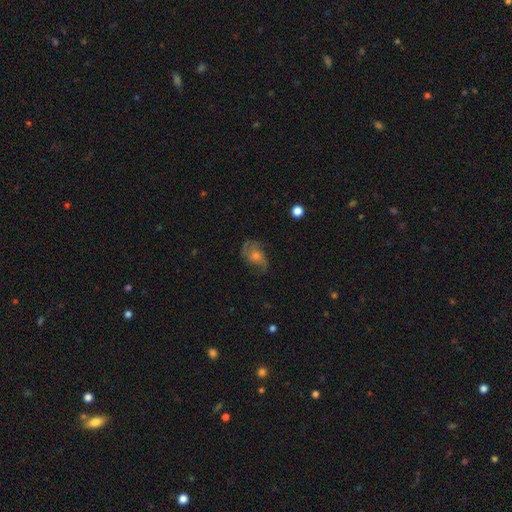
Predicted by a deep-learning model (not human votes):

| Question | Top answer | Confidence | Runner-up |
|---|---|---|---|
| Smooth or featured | featured or disk | 63% | smooth (24%) |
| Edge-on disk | no | 95% | yes (5%) |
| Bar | no | 76% | weak (20%) |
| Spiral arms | yes | 86% | no (14%) |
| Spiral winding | medium | 46% | loose (31%) |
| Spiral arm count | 2 | 56% | can't tell (20%) |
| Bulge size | moderate | 52% | small (33%) |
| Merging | none | 63% | minor disturbance (21%) |